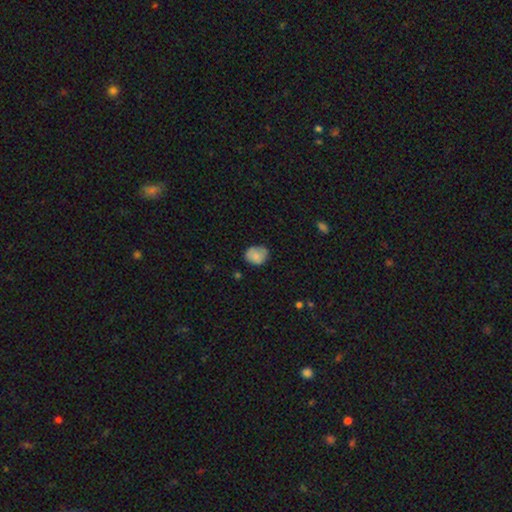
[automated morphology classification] This appears to be a smooth galaxy with no disk features (81%) that is round (54%). Merging: none (67%).